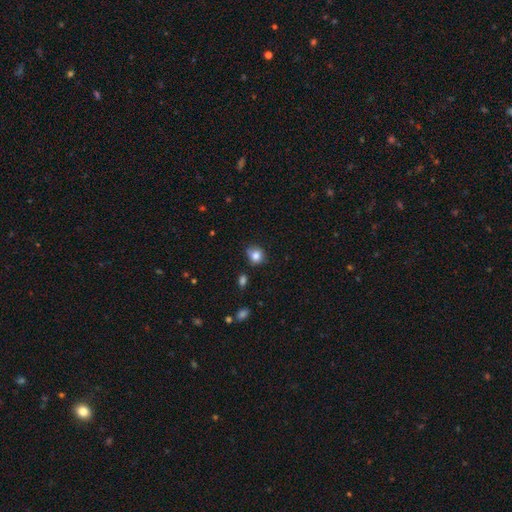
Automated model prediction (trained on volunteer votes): This is clearly a smooth galaxy (80%). How rounded: likely round (75%). Merging: likely none (65%).